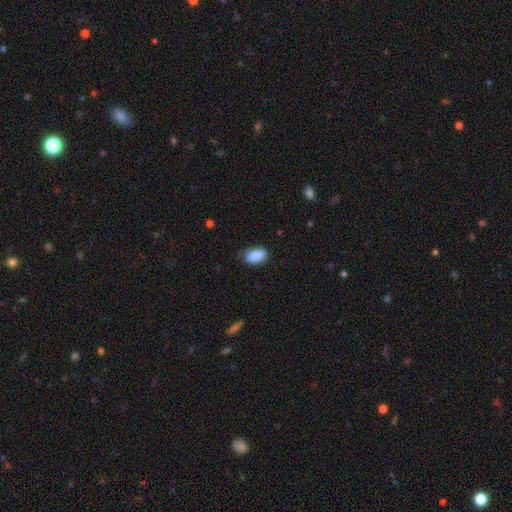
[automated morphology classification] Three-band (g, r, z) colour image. It shows a smooth galaxy with no disk features (89%) that is in between round and cigar-shaped (92%). Merging: none (79%).